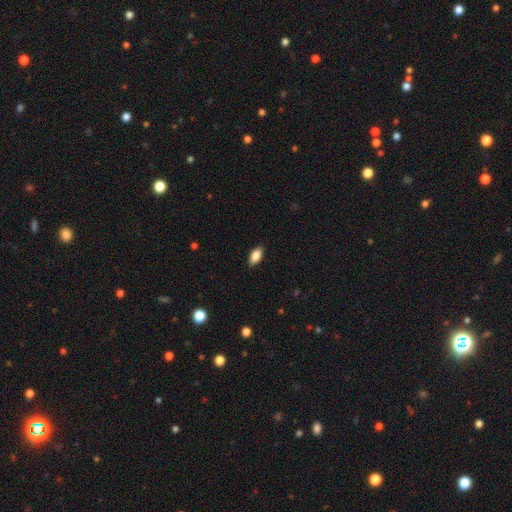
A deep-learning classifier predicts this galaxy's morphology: This appears to be a smooth galaxy with no disk features (87%) that is in between round and cigar-shaped (91%). Merging: none (88%).